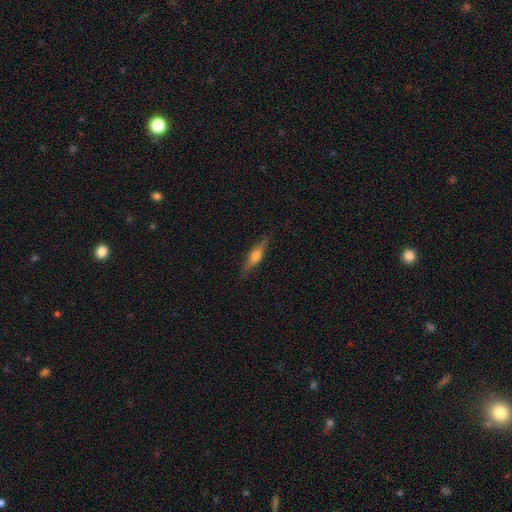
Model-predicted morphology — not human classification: Smooth or featured?
  - featured or disk: 61% *
  - smooth: 32%
  - star or artifact: 7%
Edge-on disk?
  - yes: 96% *
  - no: 4%
Edge-on bulge?
  - rounded: 90% *
  - boxy: 6%
  - none: 3%
Merging?
  - none: 87% *
  - minor disturbance: 10%
  - major disturbance: 2%
  - merger: 1%